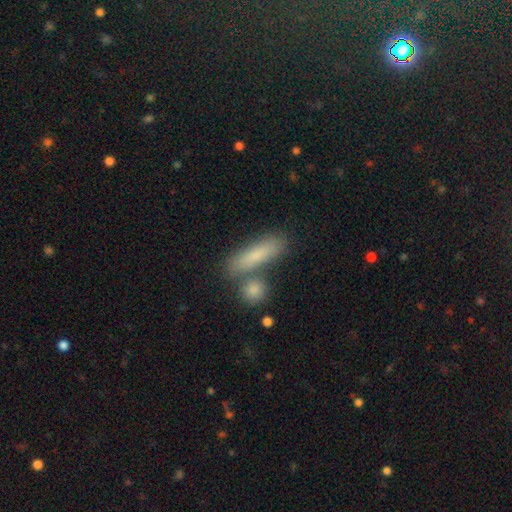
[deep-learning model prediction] A smooth galaxy with no disk features (77%) that is cigar-shaped (65%).

Vote fractions:
- Smooth or featured? smooth: 77% / featured or disk: 16% / star or artifact: 7%
- How rounded? cigar-shaped: 65% / in between: 32% / round: 3%
- Merging? none: 66% / merger: 19% / minor disturbance: 11% / major disturbance: 4%